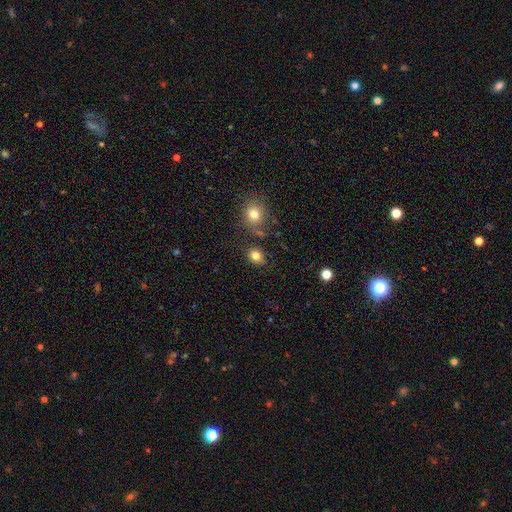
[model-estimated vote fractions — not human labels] Q: Smooth or featured?
A: smooth (81%); runner-up: star or artifact (12%)
Q: How rounded?
A: round (50%); runner-up: in between (49%)
Q: Merging?
A: none (78%); runner-up: minor disturbance (12%)